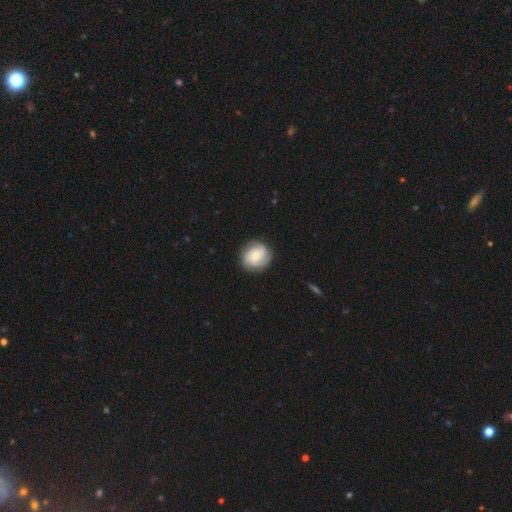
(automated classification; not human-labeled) smooth-or-featured: featured or disk: 59% | smooth: 34% | star or artifact: 7%
  disk-edge-on: no: 98% | yes: 2%
    bar: no: 75% | weak: 21% | strong: 4%
    has-spiral-arms: yes: 91% | no: 9%
      spiral-winding: tight: 52% | medium: 36% | loose: 12%
      spiral-arm-count: 3: 47% | can't tell: 18% | 2: 17% | 4: 10% | 1: 4% | more than 4: 4%
    bulge-size: small: 56% | moderate: 38% | large: 3% | none: 2% | dominant: 1%
  merging: none: 82% | minor disturbance: 13% | major disturbance: 4% | merger: 1%